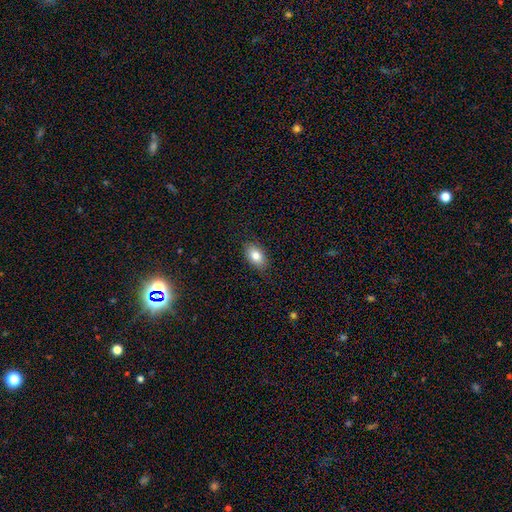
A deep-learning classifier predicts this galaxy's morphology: smooth 81%, featured or disk 11%, star or artifact 8%. Down the decision tree: how rounded — in between (88%); merging — none (85%).